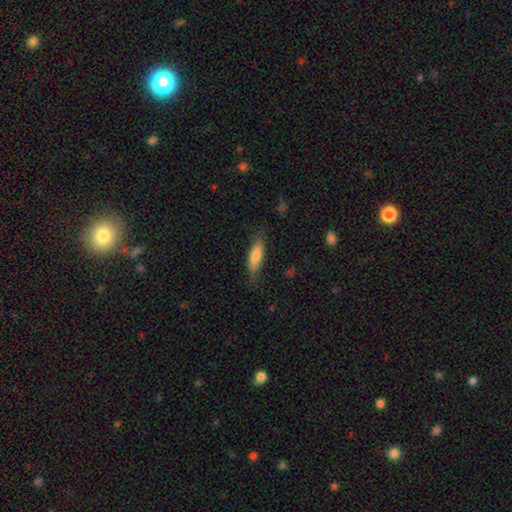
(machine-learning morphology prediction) smooth 76%, featured or disk 18%, star or artifact 6%. Down the decision tree: how rounded — cigar-shaped (54%); merging — none (77%).